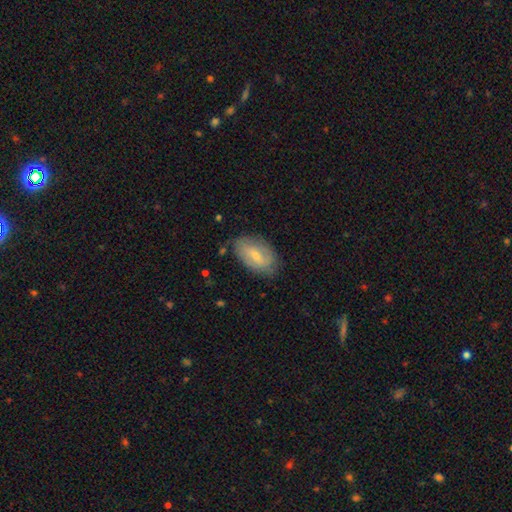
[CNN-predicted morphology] Smooth or featured? Predicted: smooth (p=0.54). How rounded? Predicted: in between (p=0.91). Merging? Predicted: none (p=0.73).